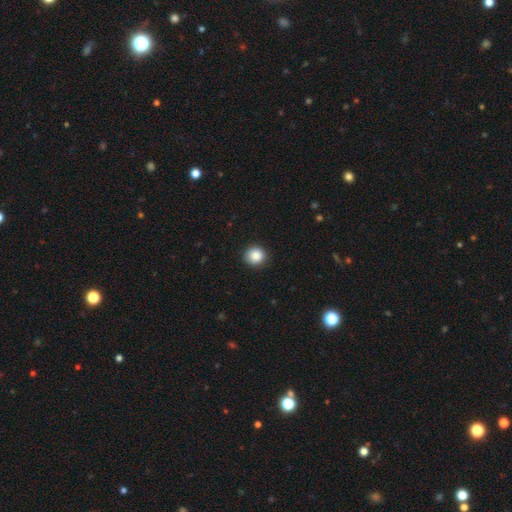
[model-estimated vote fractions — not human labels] smooth-or-featured: smooth: 87% | star or artifact: 9% | featured or disk: 4%
  how-rounded: round: 91% | in between: 8% | cigar-shaped: 1%
  merging: none: 90% | minor disturbance: 8% | major disturbance: 2% | merger: 1%